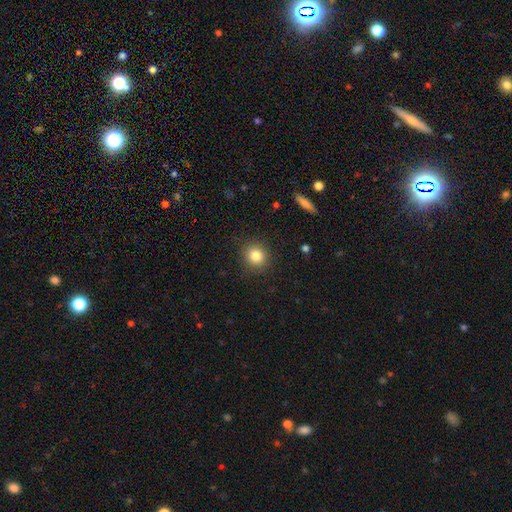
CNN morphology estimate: smooth_or_featured: smooth (p=0.83) [alt: star or artifact p=0.11]
how_rounded: round (p=0.87) [alt: in between p=0.12]
merging: none (p=0.90) [alt: minor disturbance p=0.07]